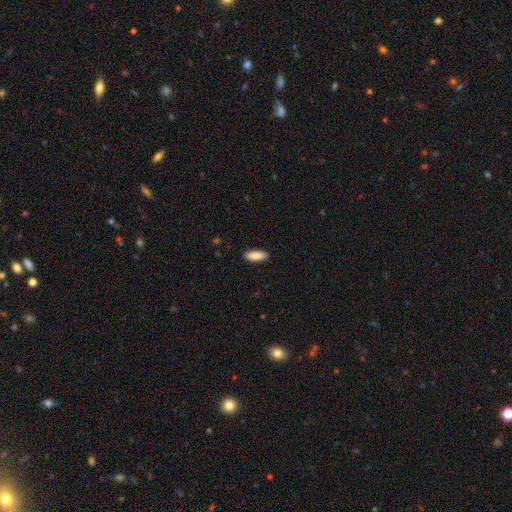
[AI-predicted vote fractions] smooth 87%, featured or disk 7%, star or artifact 6%. Down the decision tree: how rounded — in between (69%); merging — none (89%).